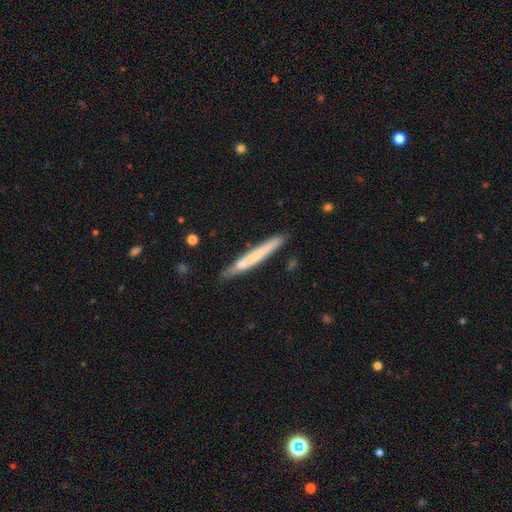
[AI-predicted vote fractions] Smooth or featured?
  - smooth: 61% *
  - featured or disk: 34%
  - star or artifact: 6%
How rounded?
  - cigar-shaped: 96% *
  - in between: 2%
  - round: 1%
Merging?
  - none: 82% *
  - minor disturbance: 13%
  - merger: 2%
  - major disturbance: 2%